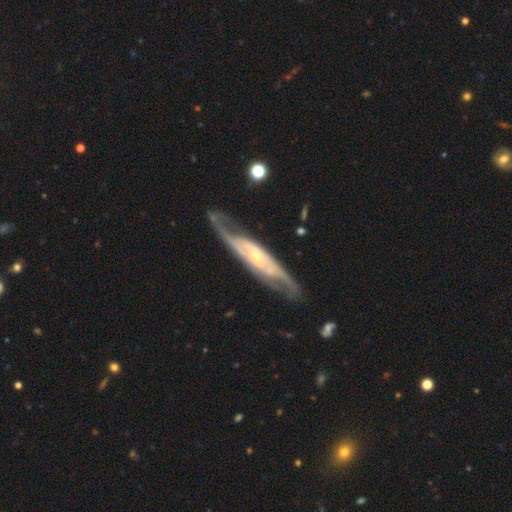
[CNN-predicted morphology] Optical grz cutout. It shows a featured or disk galaxy (86%) with no bar (44%), 2 (76%) medium (48%) spiral arms (94%) and a small central bulge (60%). Merging: none (71%).